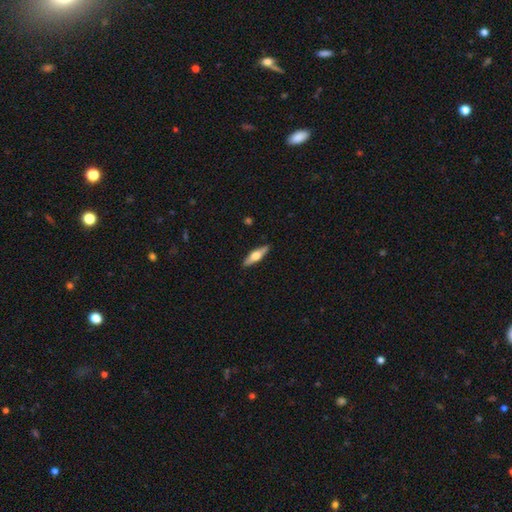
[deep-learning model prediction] Smooth or featured: featured or disk — 50% (smooth — 45%)
Merging: none — 90% (minor disturbance — 8%)